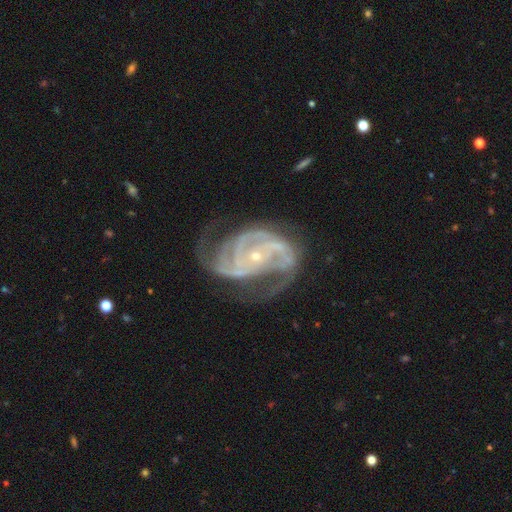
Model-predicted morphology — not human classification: smooth_or_featured: featured or disk (p=0.92) [alt: star or artifact p=0.05]
disk_edge_on: no (p=0.98) [alt: yes p=0.02]
bar: no (p=0.59) [alt: weak p=0.26]
has_spiral_arms: yes (p=0.98) [alt: no p=0.02]
spiral_winding: tight (p=0.49) [alt: medium p=0.43]
spiral_arm_count: 3 (p=0.37) [alt: 2 p=0.28]
bulge_size: small (p=0.81) [alt: moderate p=0.16]
merging: none (p=0.56) [alt: minor disturbance p=0.23]